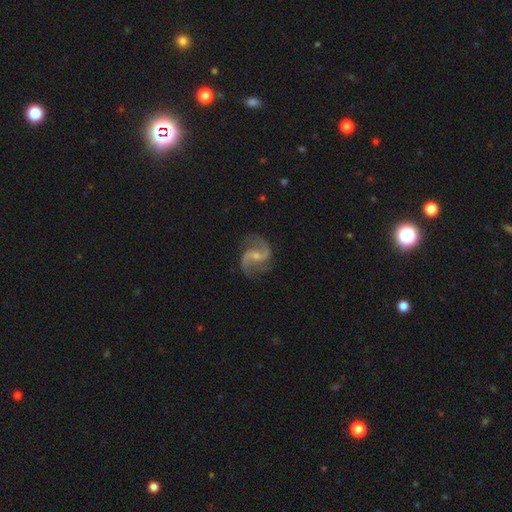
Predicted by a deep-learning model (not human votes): Smooth or featured? Predicted: featured or disk (p=0.91). Edge-on disk? Predicted: no (p=0.98). Bar? Predicted: weak (p=0.47). Spiral arms? Predicted: yes (p=0.98). Spiral winding? Predicted: medium (p=0.48). Spiral arm count? Predicted: 2 (p=0.93). Bulge size? Predicted: small (p=0.67). Merging? Predicted: none (p=0.80).